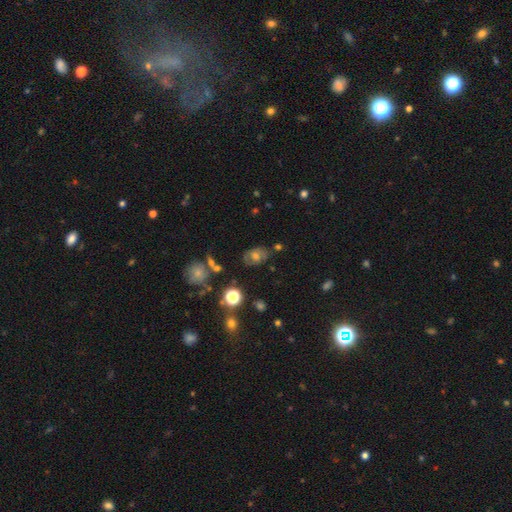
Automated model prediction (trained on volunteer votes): smooth 55%, featured or disk 28%, star or artifact 17%. Down the decision tree: how rounded — in between (76%); merging — none (70%).